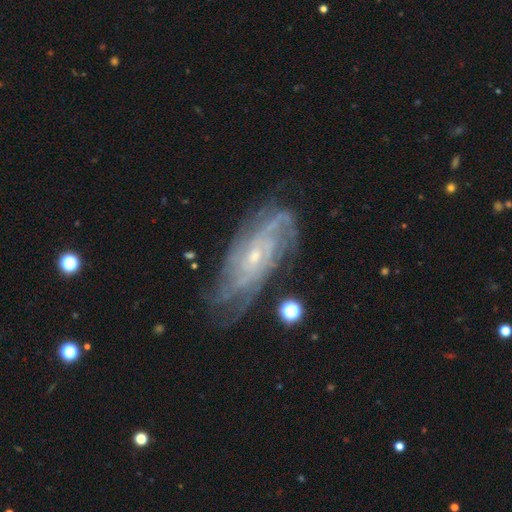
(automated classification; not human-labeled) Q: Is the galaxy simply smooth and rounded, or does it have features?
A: featured or disk — 87%.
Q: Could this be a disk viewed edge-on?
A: no — 92%.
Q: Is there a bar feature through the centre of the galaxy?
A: no — 64%.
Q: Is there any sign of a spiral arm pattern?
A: yes — 97%.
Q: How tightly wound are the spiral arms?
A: tight — 62%.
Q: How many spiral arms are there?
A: can't tell — 33%.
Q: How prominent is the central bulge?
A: small — 78%.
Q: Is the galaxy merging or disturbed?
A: none — 72%.